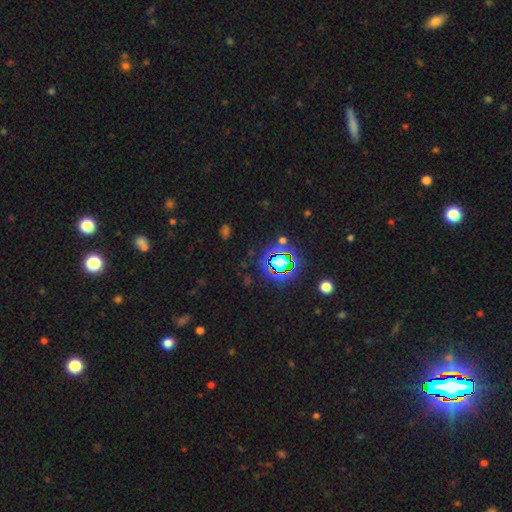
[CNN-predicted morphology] smooth_or_featured: star or artifact (p=0.76) [alt: smooth p=0.16]